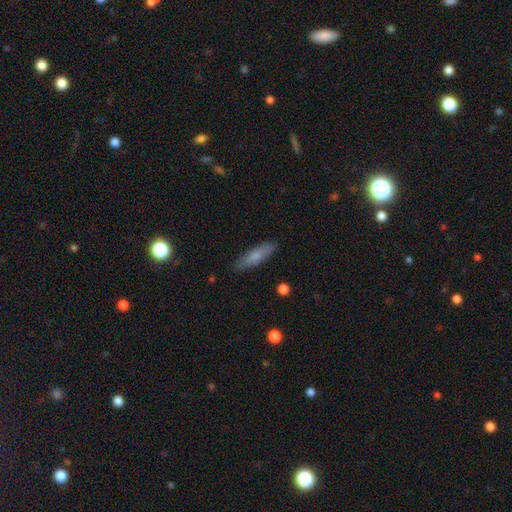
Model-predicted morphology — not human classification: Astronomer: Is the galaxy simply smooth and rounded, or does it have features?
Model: smooth — 70%.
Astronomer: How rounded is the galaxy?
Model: cigar-shaped — 66%.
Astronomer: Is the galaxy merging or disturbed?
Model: none — 87%.